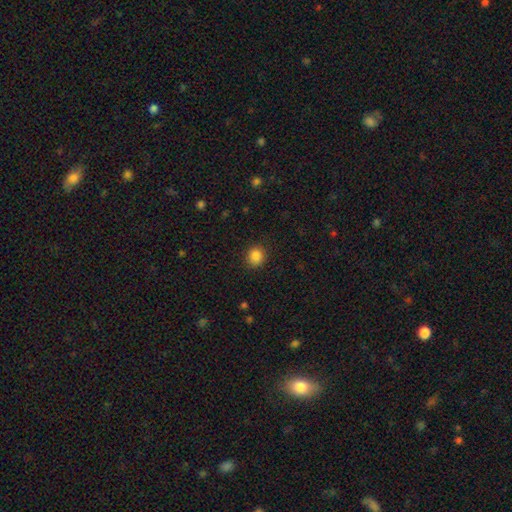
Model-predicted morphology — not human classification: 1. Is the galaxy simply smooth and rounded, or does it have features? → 86% smooth, 11% star or artifact, 4% featured or disk.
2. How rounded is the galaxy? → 79% round, 20% in between, 1% cigar-shaped.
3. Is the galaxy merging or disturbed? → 89% none, 8% minor disturbance, 2% major disturbance, 1% merger.